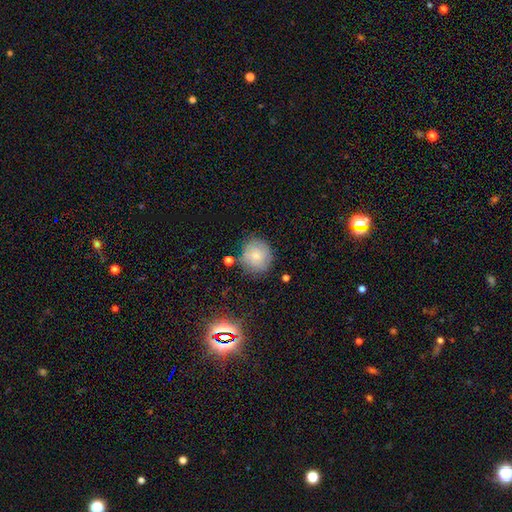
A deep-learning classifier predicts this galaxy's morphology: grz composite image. It shows a smooth galaxy with no disk features (69%) that is round (88%). Merging: none (74%).